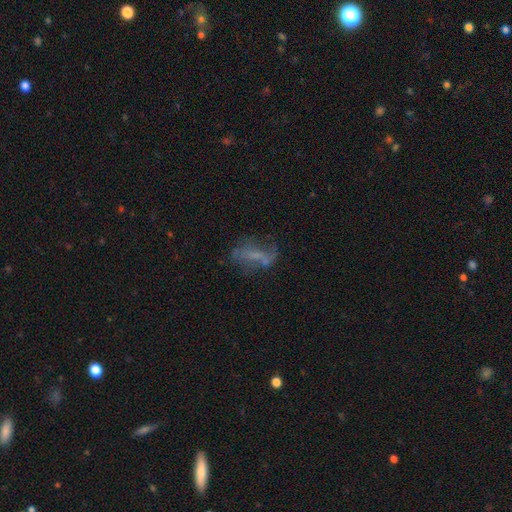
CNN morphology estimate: A featured or disk galaxy (51%).

Vote fractions:
- Smooth or featured? featured or disk: 51% / smooth: 33% / star or artifact: 16%
- Edge-on disk? no: 90% / yes: 10%
- Merging? none: 45% / major disturbance: 26% / minor disturbance: 22% / merger: 8%